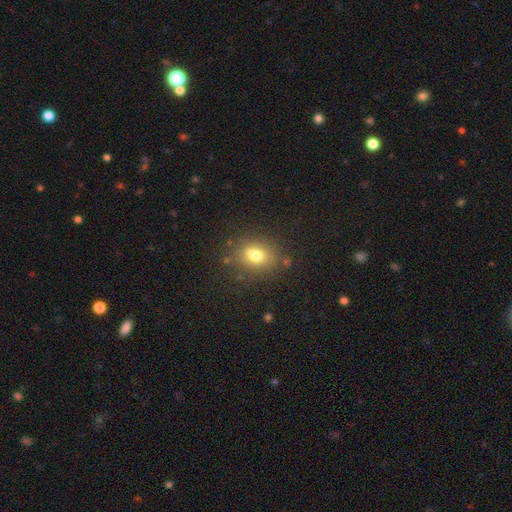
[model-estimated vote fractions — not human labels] smooth_or_featured: smooth (p=0.70) [alt: featured or disk p=0.17]
how_rounded: in between (p=0.57) [alt: round p=0.41]
merging: none (p=0.65) [alt: merger p=0.15]